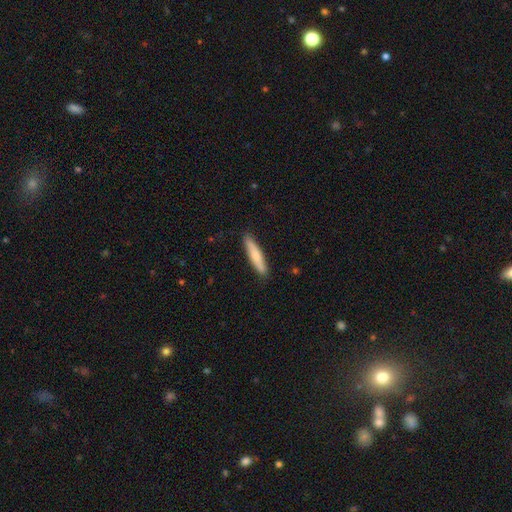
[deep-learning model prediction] Q: Smooth or featured?
A: smooth (72%); runner-up: featured or disk (23%)
Q: How rounded?
A: cigar-shaped (87%); runner-up: in between (12%)
Q: Merging?
A: none (89%); runner-up: minor disturbance (8%)